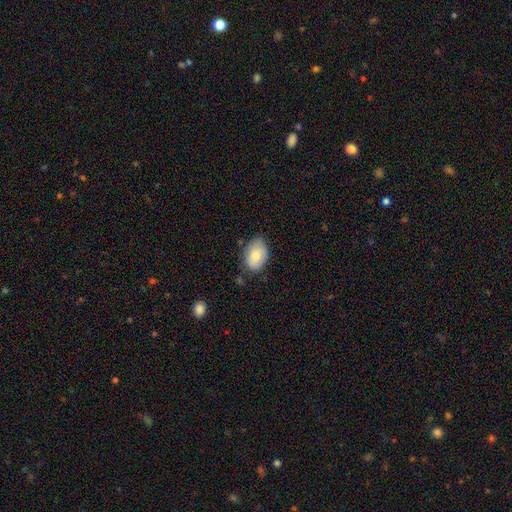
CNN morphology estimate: Smooth or featured: smooth — 81% (featured or disk — 12%)
How rounded: in between — 84% (round — 15%)
Merging: none — 72% (minor disturbance — 22%)